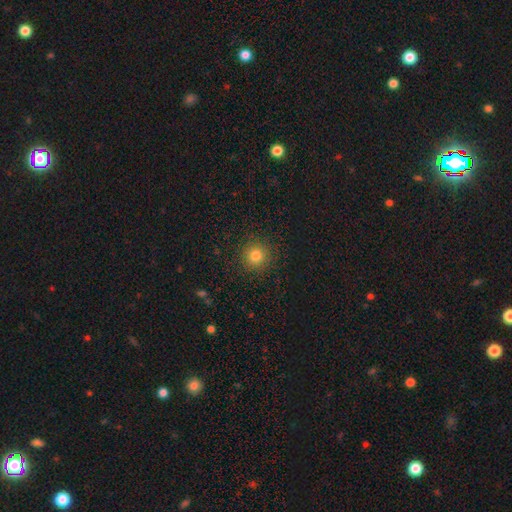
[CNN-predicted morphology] Smooth or featured? smooth (81%)
How rounded? round (94%)
Merging? none (91%)